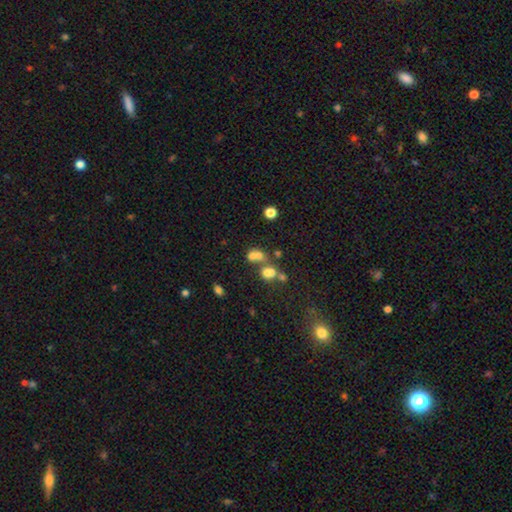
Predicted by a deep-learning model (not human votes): smooth 63%, star or artifact 20%, featured or disk 17%. Down the decision tree: how rounded — round (57%); merging — merger (56%).